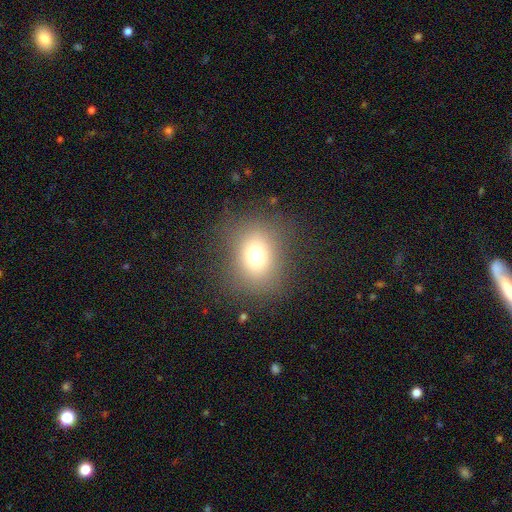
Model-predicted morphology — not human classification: Smooth or featured? Predicted: smooth (p=0.71). How rounded? Predicted: round (p=0.59). Merging? Predicted: none (p=0.80).